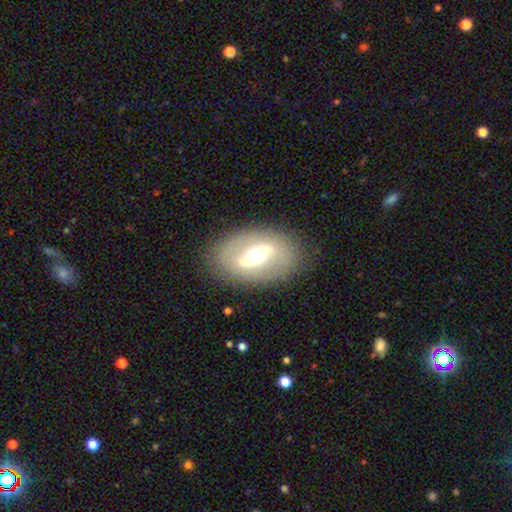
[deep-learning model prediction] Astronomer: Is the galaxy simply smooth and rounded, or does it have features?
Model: featured or disk — 64%.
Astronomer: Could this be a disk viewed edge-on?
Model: no — 82%.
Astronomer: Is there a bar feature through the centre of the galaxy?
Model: strong — 61%.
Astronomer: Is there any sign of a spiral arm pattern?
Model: no — 77%.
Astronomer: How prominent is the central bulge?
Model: moderate — 65%.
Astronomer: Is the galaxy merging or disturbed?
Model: none — 83%.